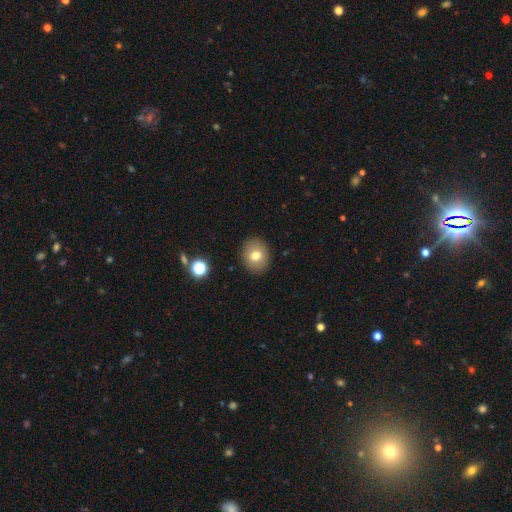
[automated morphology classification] type=smooth (75%); roundness=round (61%); merging=none (89%).